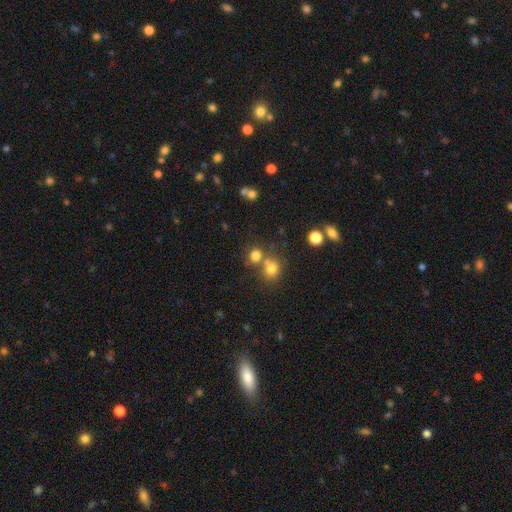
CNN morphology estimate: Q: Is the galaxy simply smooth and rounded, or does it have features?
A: smooth — 77%.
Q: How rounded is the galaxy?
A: round — 80%.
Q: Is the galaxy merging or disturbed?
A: none — 54%.